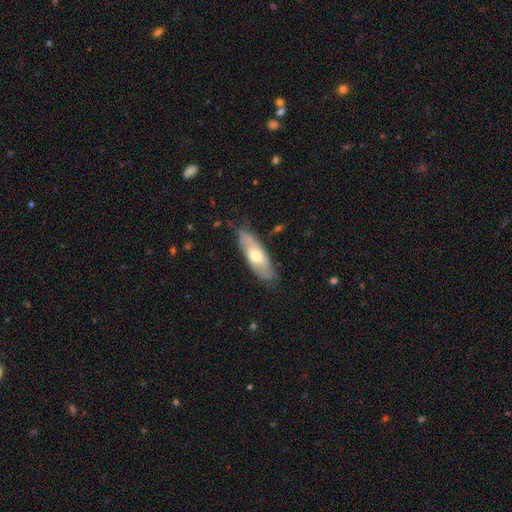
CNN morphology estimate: Smooth or featured? featured or disk (52%)
Edge-on disk? no (74%)
Merging? none (75%)